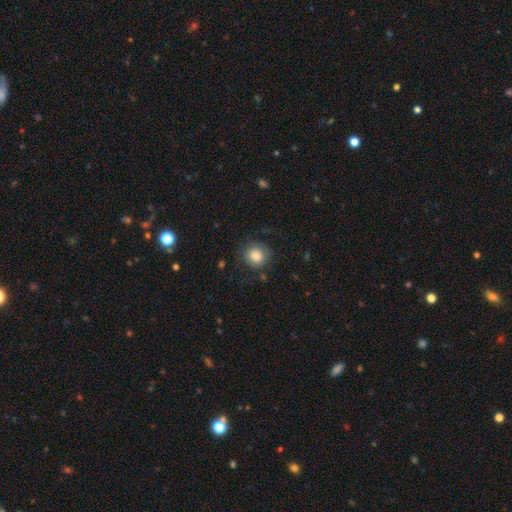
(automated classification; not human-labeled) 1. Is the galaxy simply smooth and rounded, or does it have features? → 83% smooth, 9% featured or disk, 8% star or artifact.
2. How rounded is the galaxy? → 89% round, 10% in between, 1% cigar-shaped.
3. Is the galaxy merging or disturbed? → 77% none, 15% minor disturbance, 7% major disturbance, 2% merger.